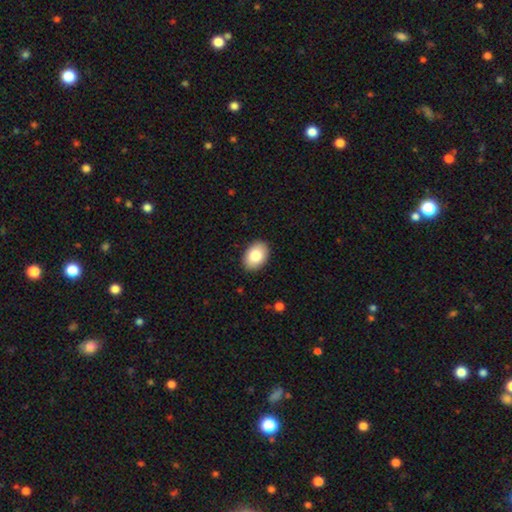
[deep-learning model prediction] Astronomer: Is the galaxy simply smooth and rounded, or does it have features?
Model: smooth — 84%.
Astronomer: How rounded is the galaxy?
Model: in between — 84%.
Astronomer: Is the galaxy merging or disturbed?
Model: none — 90%.